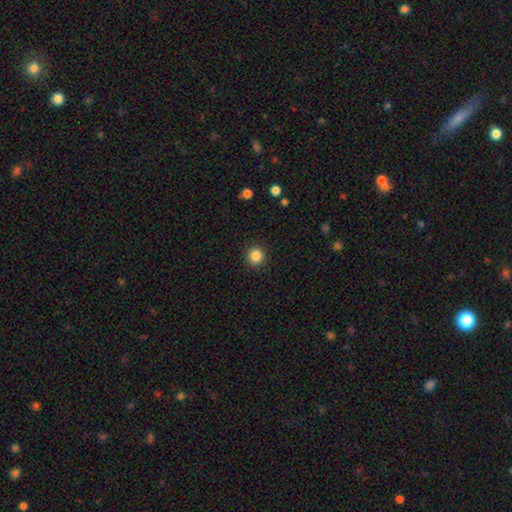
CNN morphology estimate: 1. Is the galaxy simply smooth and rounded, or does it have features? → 86% smooth, 11% star or artifact, 4% featured or disk.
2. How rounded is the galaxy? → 93% round, 6% in between, 1% cigar-shaped.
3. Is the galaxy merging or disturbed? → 92% none, 5% minor disturbance, 2% major disturbance, 1% merger.